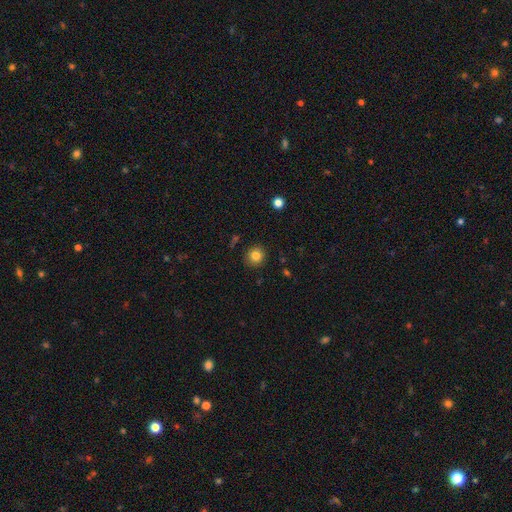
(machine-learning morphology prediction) smooth_or_featured: smooth (p=0.82) [alt: star or artifact p=0.11]
how_rounded: round (p=0.91) [alt: in between p=0.09]
merging: none (p=0.90) [alt: minor disturbance p=0.07]